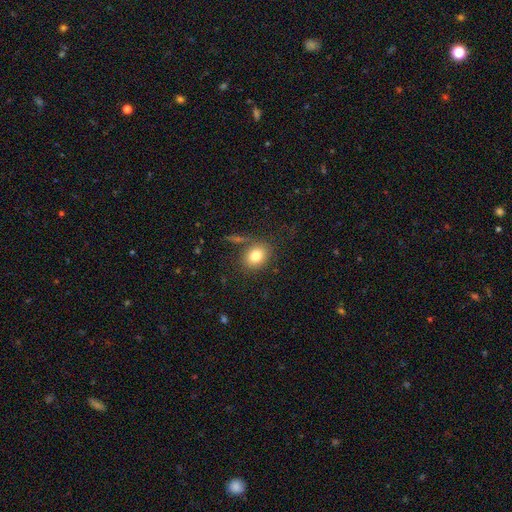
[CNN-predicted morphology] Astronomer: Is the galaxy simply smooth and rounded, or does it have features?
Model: smooth — 80%.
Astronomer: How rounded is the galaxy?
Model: in between — 51% (runner-up: round, 48%).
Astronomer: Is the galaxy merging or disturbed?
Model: none — 76%.